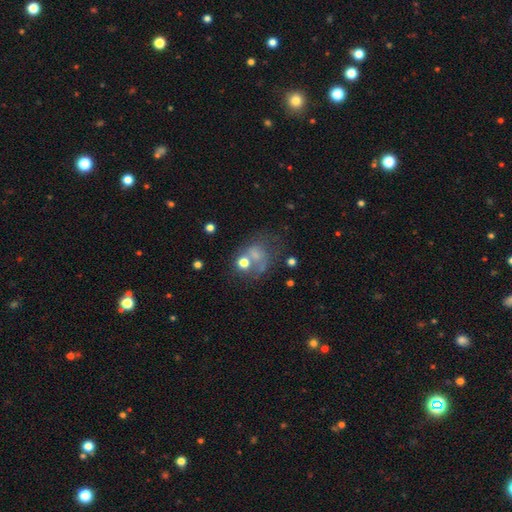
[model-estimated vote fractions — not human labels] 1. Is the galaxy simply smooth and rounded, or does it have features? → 50% smooth, 30% featured or disk, 20% star or artifact.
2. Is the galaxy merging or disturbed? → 31% none, 26% merger, 26% major disturbance, 18% minor disturbance.